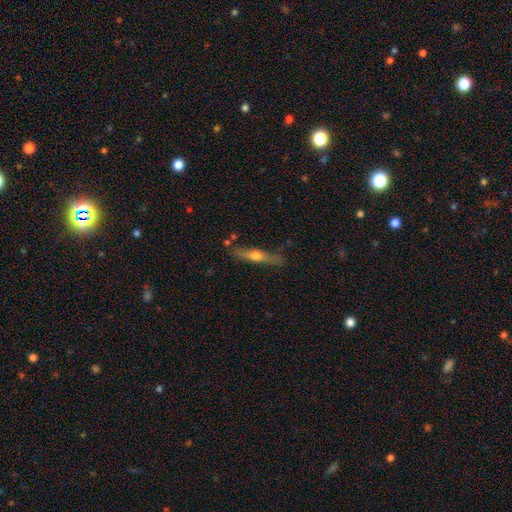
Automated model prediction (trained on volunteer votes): This appears to be a featured or disk galaxy (63%) viewed edge-on (95%) with a rounded central bulge (92%). Merging: none (79%).